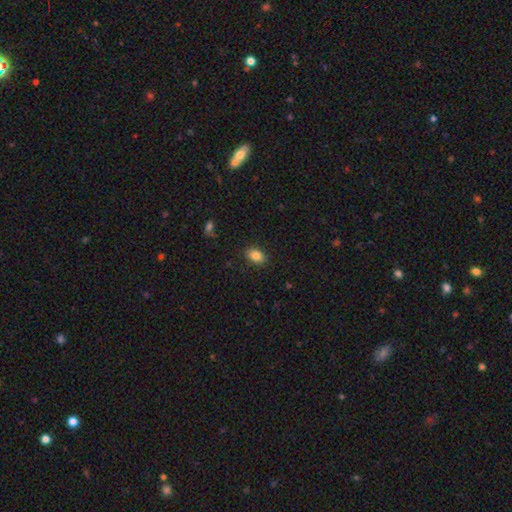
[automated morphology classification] This appears to be a smooth galaxy with no disk features (84%) that is in between round and cigar-shaped (84%). Merging: none (87%).